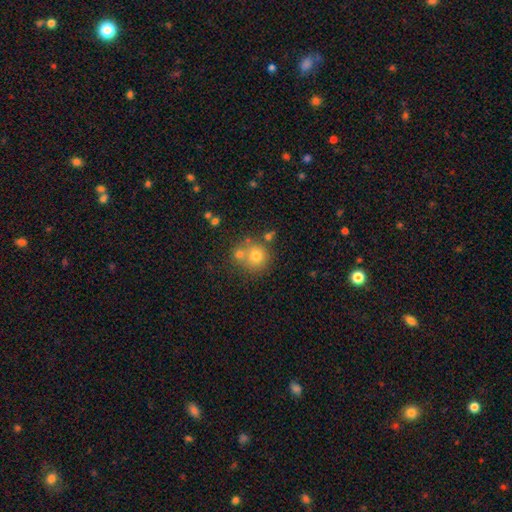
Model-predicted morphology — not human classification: A smooth galaxy with no disk features (73%) that is round (89%). Merging: none (56%).